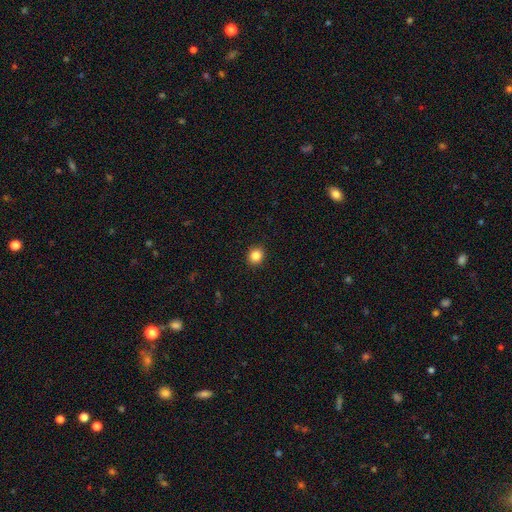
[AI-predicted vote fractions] smooth-or-featured: smooth: 85% | star or artifact: 11% | featured or disk: 5%
  how-rounded: round: 81% | in between: 18% | cigar-shaped: 1%
  merging: none: 91% | minor disturbance: 6% | major disturbance: 2% | merger: 1%